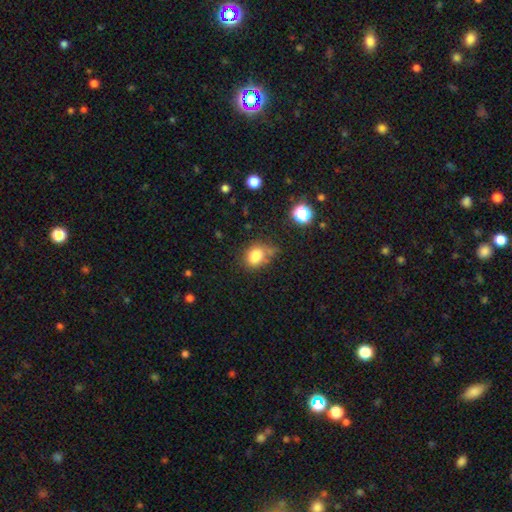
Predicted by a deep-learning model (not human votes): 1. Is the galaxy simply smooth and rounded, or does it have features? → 81% smooth, 12% star or artifact, 7% featured or disk.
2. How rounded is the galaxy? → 61% in between, 38% round, 1% cigar-shaped.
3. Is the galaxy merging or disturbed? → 54% none, 28% minor disturbance, 10% major disturbance, 9% merger.